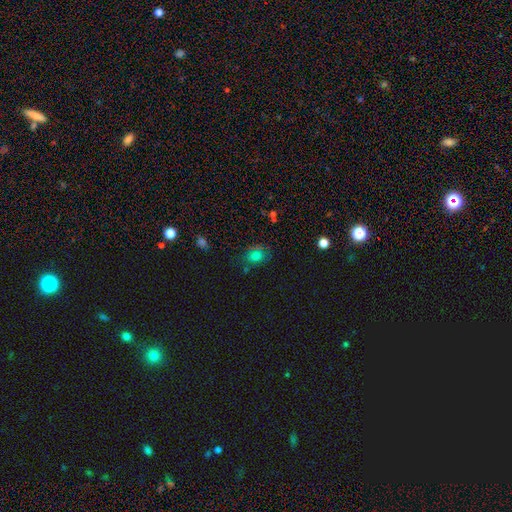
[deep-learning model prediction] smooth_or_featured: smooth (p=0.64) [alt: star or artifact p=0.20]
how_rounded: in between (p=0.57) [alt: round p=0.41]
merging: none (p=0.64) [alt: minor disturbance p=0.22]